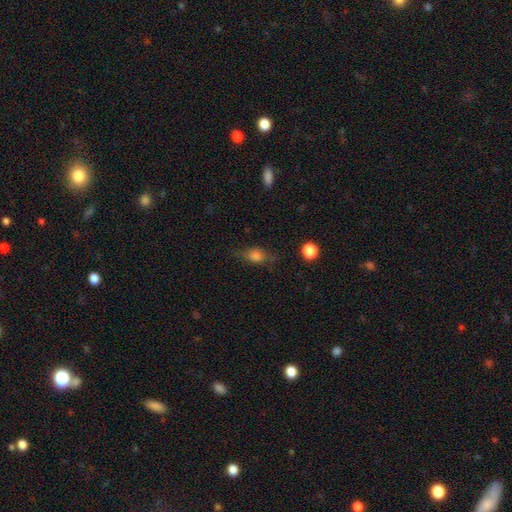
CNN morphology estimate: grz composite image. It shows a smooth galaxy with no disk features (65%) that is in between round and cigar-shaped (64%). Merging: none (68%).